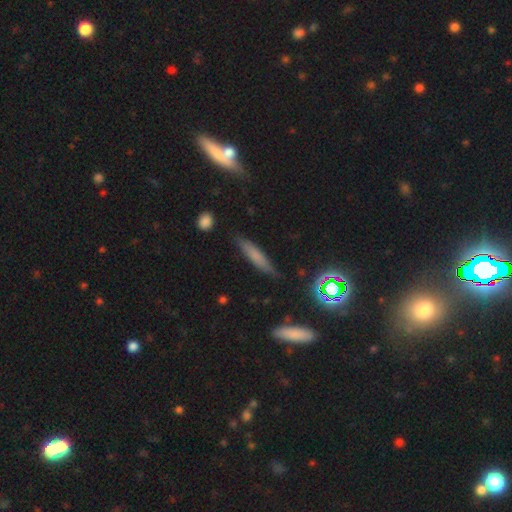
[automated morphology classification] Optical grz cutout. It shows a smooth galaxy with no disk features (66%) that is cigar-shaped (83%). Merging: none (81%).